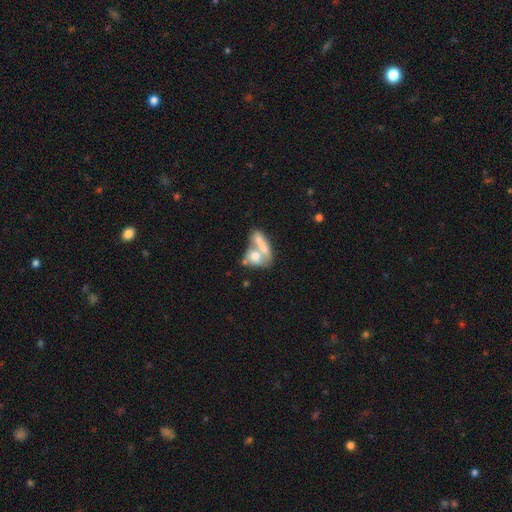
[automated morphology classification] smooth_or_featured: smooth (p=0.62) [alt: featured or disk p=0.30]
how_rounded: in between (p=0.63) [alt: round p=0.24]
merging: merger (p=0.64) [alt: none p=0.19]